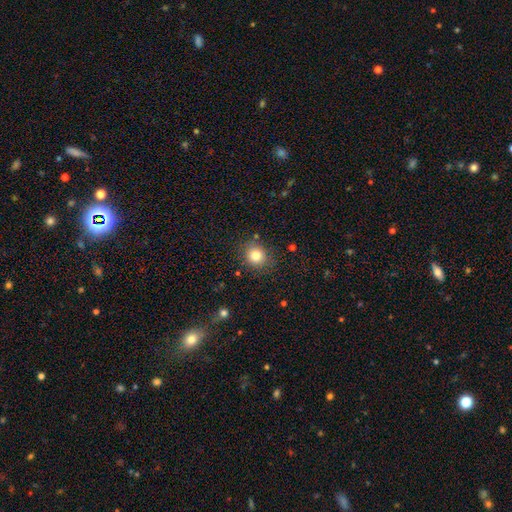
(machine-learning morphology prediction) A smooth galaxy with no disk features (81%) that is round (83%).

Vote fractions:
- Smooth or featured? smooth: 81% / star or artifact: 12% / featured or disk: 7%
- How rounded? round: 83% / in between: 16% / cigar-shaped: 1%
- Merging? none: 84% / minor disturbance: 10% / major disturbance: 3% / merger: 2%